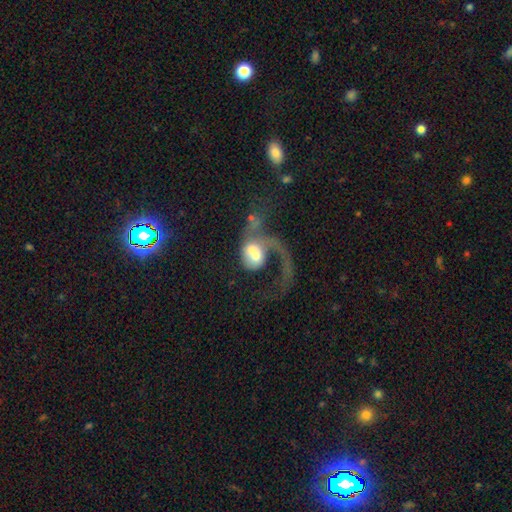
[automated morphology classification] smooth_or_featured: featured or disk (p=0.58) [alt: smooth p=0.34]
disk_edge_on: no (p=0.97) [alt: yes p=0.03]
bar: no (p=0.62) [alt: weak p=0.29]
has_spiral_arms: yes (p=0.72) [alt: no p=0.28]
bulge_size: moderate (p=0.39) [alt: large p=0.31]
merging: major disturbance (p=0.54) [alt: merger p=0.22]